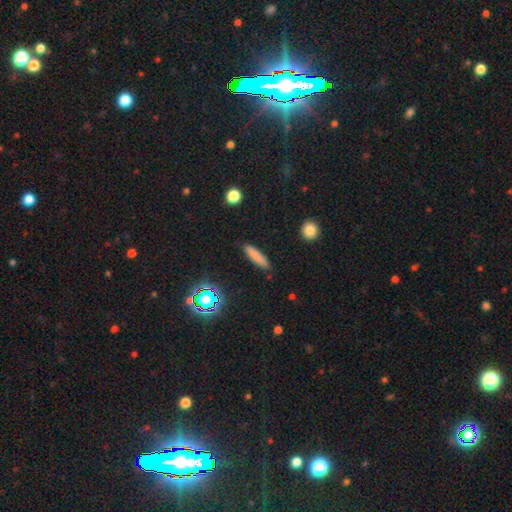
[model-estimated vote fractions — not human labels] Morphology: type=smooth (80%); roundness=cigar-shaped (82%); merging=none (87%).